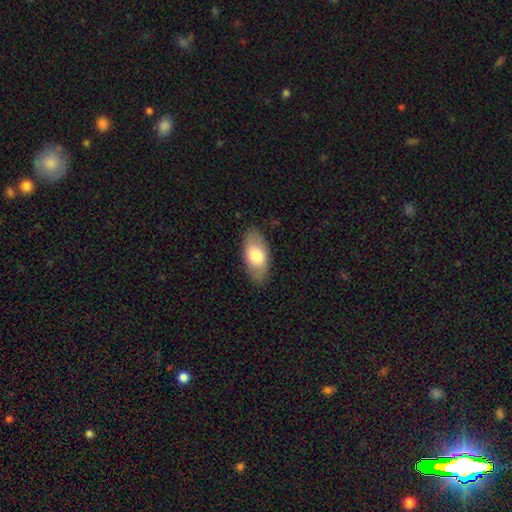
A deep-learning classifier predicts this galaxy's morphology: Smooth or featured?
  - smooth: 73% *
  - featured or disk: 22%
  - star or artifact: 6%
How rounded?
  - in between: 93% *
  - cigar-shaped: 4%
  - round: 3%
Merging?
  - none: 84% *
  - minor disturbance: 12%
  - major disturbance: 3%
  - merger: 1%